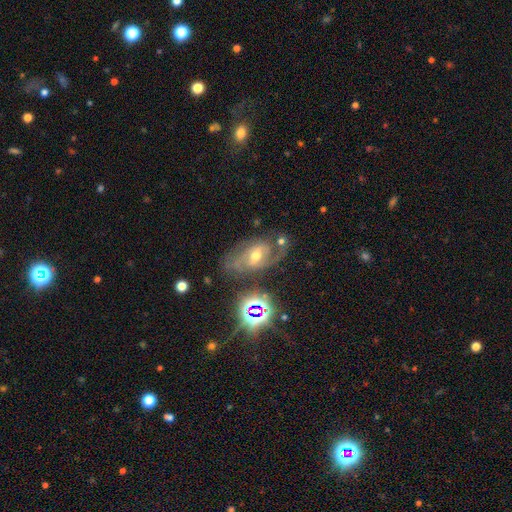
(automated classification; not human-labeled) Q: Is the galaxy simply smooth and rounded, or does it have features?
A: featured or disk — 70%.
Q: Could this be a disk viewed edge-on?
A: no — 94%.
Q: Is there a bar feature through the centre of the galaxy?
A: weak — 45%.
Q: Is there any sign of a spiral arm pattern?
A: yes — 85%.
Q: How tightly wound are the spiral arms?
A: medium — 48%.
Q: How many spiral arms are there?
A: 2 — 66%.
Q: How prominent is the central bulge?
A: moderate — 68%.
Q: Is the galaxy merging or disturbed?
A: none — 54%.